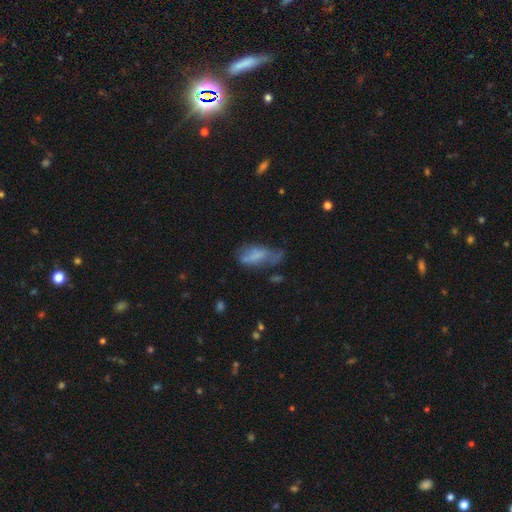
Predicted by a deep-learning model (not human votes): smooth 60%, featured or disk 29%, star or artifact 11%. Down the decision tree: how rounded — in between (77%); merging — minor disturbance (32%).